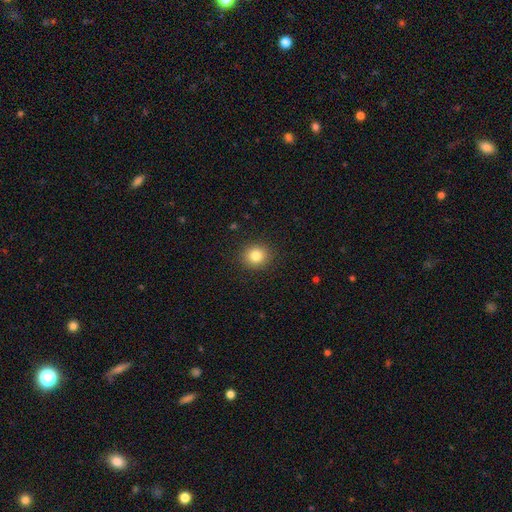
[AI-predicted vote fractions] Morphology: type=smooth (82%); roundness=round (84%); merging=none (91%).